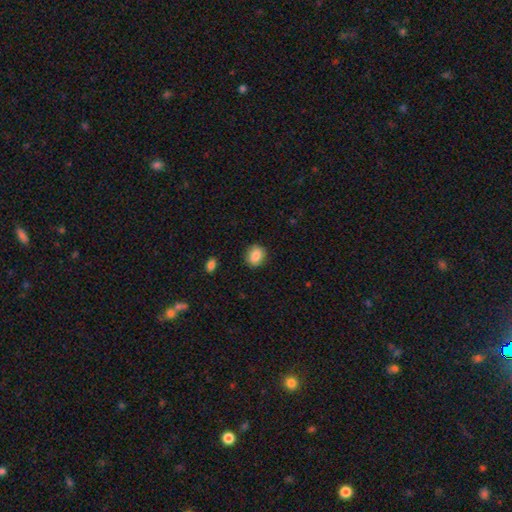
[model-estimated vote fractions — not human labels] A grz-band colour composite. It shows a smooth galaxy with no disk features (85%) that is round (70%). Merging: none (88%).